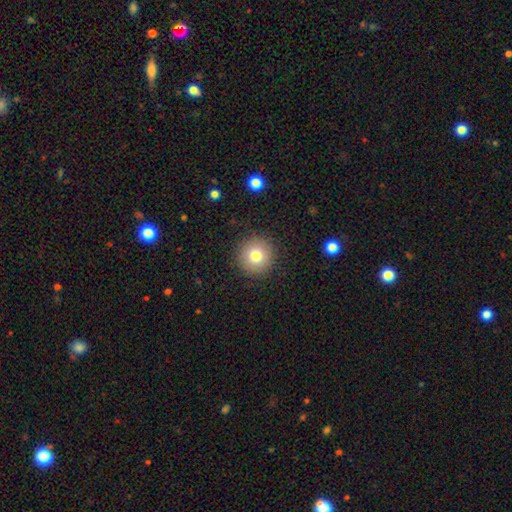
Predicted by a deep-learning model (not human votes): A smooth galaxy with no disk features (78%) that is round (95%). Merging: none (90%).